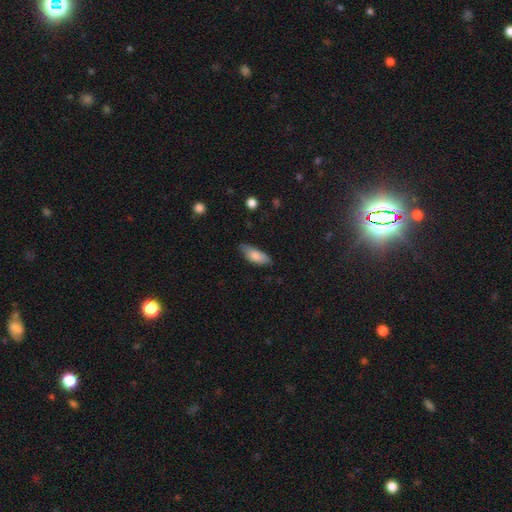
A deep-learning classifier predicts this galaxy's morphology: This is clearly a smooth galaxy (81%). How rounded: likely in between (72%). Merging: likely none (69%).